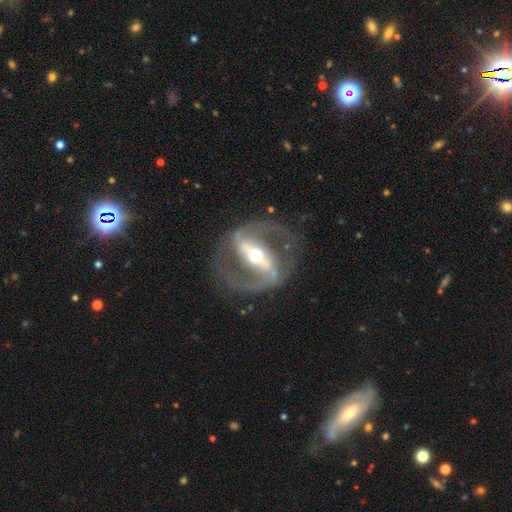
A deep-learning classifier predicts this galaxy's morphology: Overall: featured or disk (90%). Edge-on disk: no (93%). Bar: strong (75%). Spiral arms: yes (88%). Spiral arm count: 2 (92%). Spiral winding: medium (57%; loose 22%). Bulge size: moderate (67%). Merging: none (78%).